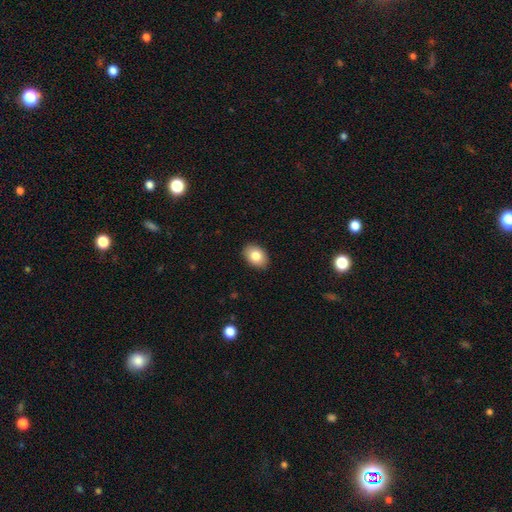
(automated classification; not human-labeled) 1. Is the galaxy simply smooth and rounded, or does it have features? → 83% smooth, 10% featured or disk, 8% star or artifact.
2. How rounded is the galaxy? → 81% in between, 18% round, 1% cigar-shaped.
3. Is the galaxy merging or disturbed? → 89% none, 8% minor disturbance, 2% major disturbance, 1% merger.